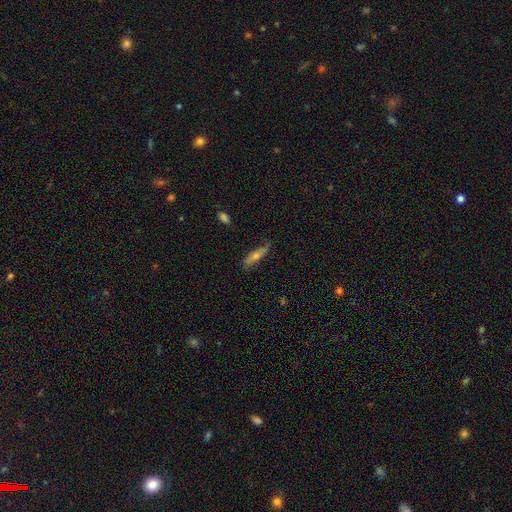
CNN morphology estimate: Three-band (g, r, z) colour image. It shows a featured or disk galaxy (54%) viewed edge-on (50%, tied with no). Merging: none (73%).